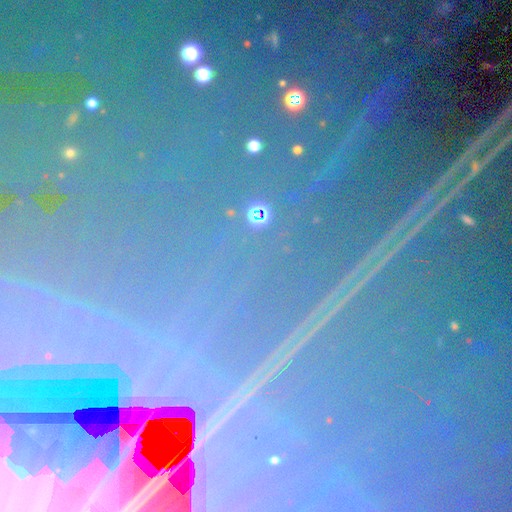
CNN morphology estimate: Smooth or featured: star or artifact — 85% (featured or disk — 8%)